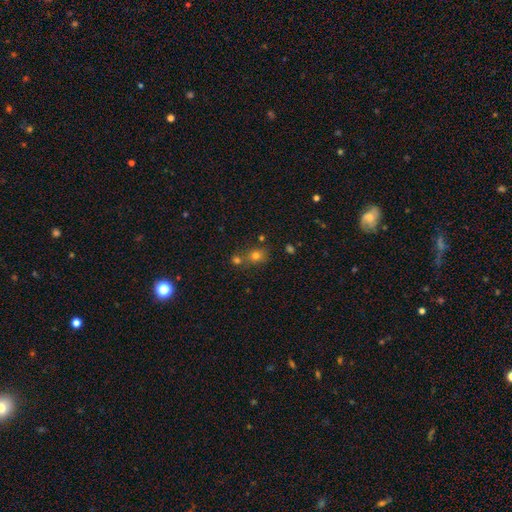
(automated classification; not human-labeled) The model was most divided on "merging": none: 60%, merger: 26%, minor disturbance: 10%, major disturbance: 4%. More confident: how rounded — round (69%); smooth or featured — smooth (69%).